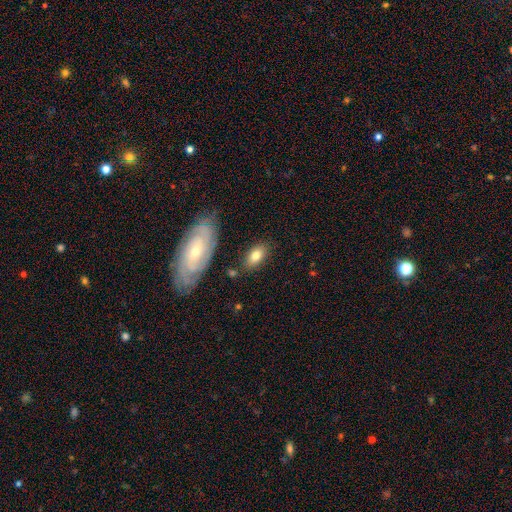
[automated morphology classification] Q: Smooth or featured?
A: smooth (76%); runner-up: featured or disk (17%)
Q: How rounded?
A: in between (90%); runner-up: round (6%)
Q: Merging?
A: none (78%); runner-up: minor disturbance (13%)